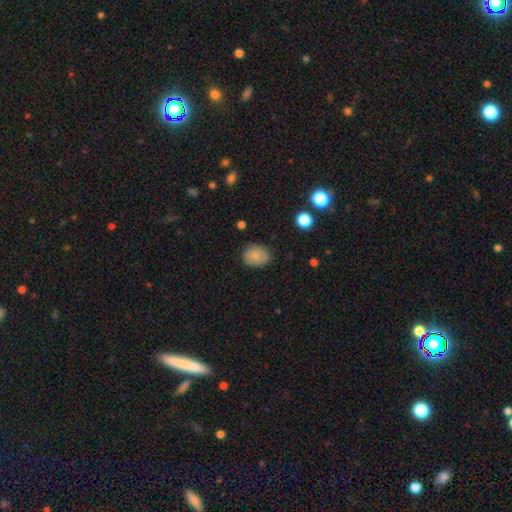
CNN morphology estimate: Q: Smooth or featured?
A: smooth (82%); runner-up: featured or disk (10%)
Q: How rounded?
A: in between (54%); runner-up: round (45%)
Q: Merging?
A: none (81%); runner-up: minor disturbance (15%)